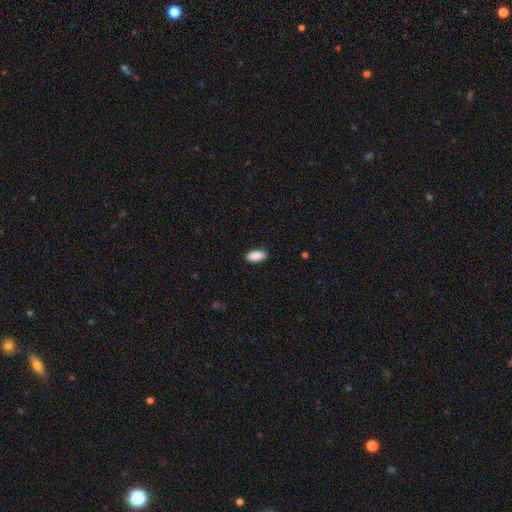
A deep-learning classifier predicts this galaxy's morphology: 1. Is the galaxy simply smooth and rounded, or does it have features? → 91% smooth, 6% star or artifact, 3% featured or disk.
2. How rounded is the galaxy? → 91% in between, 7% cigar-shaped, 2% round.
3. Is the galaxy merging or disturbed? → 89% none, 9% minor disturbance, 2% major disturbance, 1% merger.